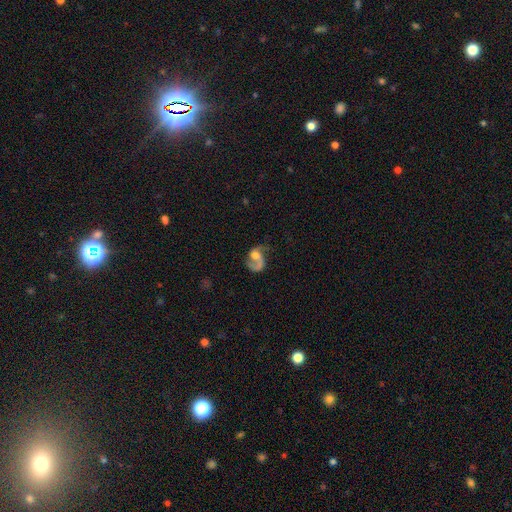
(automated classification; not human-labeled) featured or disk 77%, smooth 16%, star or artifact 7%. Down the decision tree: edge-on disk — no (98%); bar — no (61%); spiral arms — yes (92%); spiral arm count — 2 (55%); spiral winding — loose (49%); bulge size — moderate (47%); merging — none (45%).